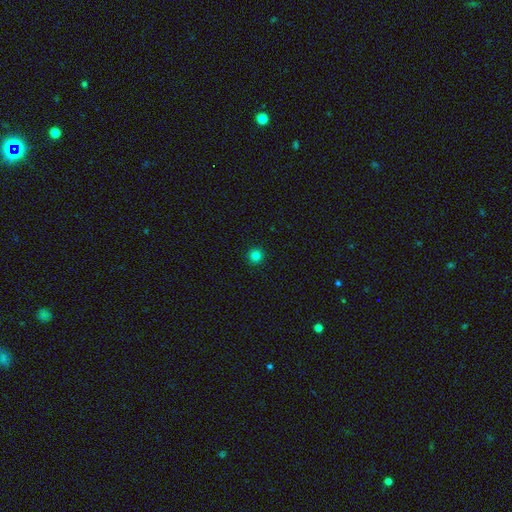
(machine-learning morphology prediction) Smooth or featured? smooth (83%)
How rounded? round (96%)
Merging? none (93%)